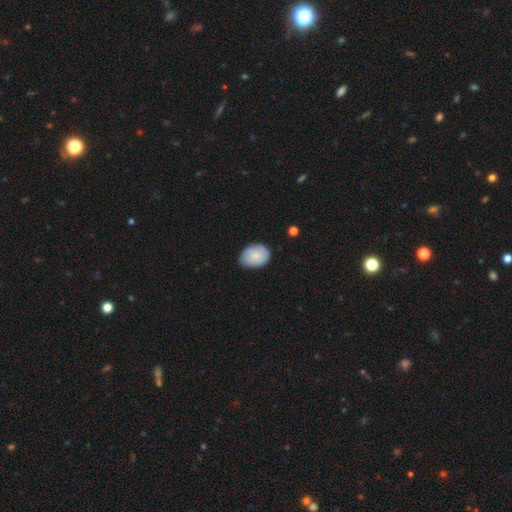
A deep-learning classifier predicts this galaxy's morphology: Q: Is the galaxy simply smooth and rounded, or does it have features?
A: smooth — 79%.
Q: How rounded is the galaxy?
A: in between — 69%.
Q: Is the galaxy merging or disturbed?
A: none — 73%.